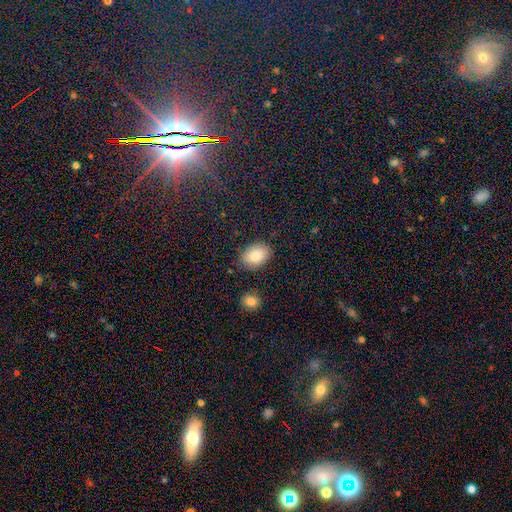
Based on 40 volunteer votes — This is clearly a smooth galaxy (90%). How rounded: clearly in between (86%). Merging: clearly none (95%).